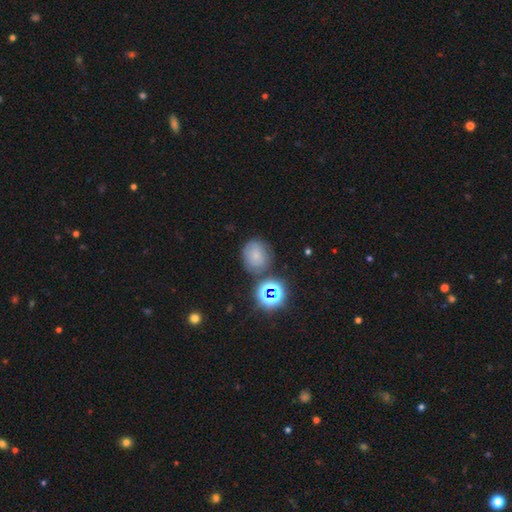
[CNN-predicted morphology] Smooth or featured? smooth (54%)
How rounded? round (74%)
Merging? none (69%)